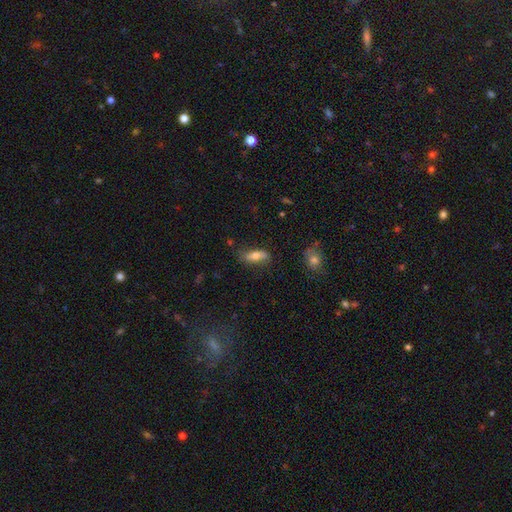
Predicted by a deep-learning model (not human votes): A smooth galaxy with no disk features (66%) that is in between round and cigar-shaped (71%).

Vote fractions:
- Smooth or featured? smooth: 66% / featured or disk: 27% / star or artifact: 8%
- How rounded? in between: 71% / cigar-shaped: 26% / round: 4%
- Merging? none: 68% / minor disturbance: 22% / major disturbance: 7% / merger: 3%